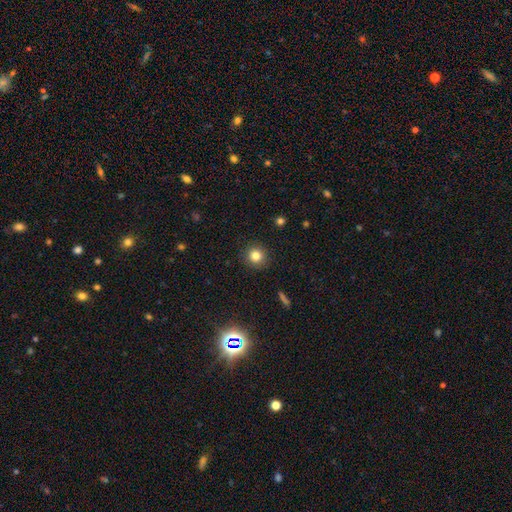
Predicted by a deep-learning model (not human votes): The model was most divided on "smooth or featured": smooth: 81%, star or artifact: 12%, featured or disk: 7%. More confident: how rounded — round (92%); merging — none (90%).